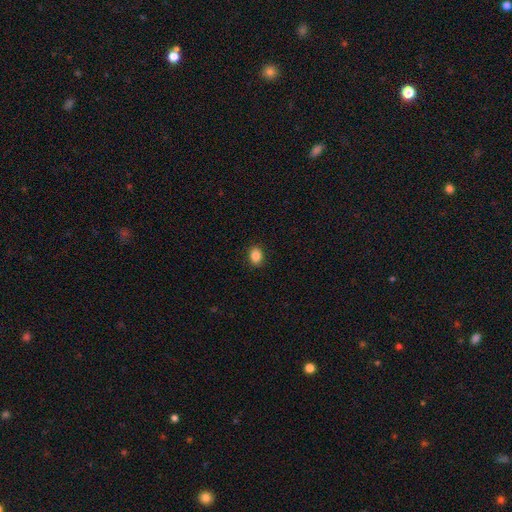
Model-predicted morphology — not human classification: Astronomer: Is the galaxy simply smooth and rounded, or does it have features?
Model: smooth — 87%.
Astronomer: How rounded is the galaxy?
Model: in between — 59% (runner-up: round, 40%).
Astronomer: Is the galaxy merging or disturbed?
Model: none — 90%.